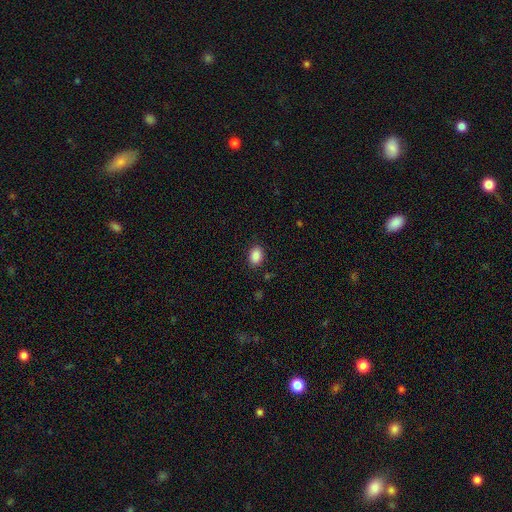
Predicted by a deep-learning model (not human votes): Smooth or featured?
  - smooth: 88% *
  - star or artifact: 8%
  - featured or disk: 3%
How rounded?
  - in between: 76% *
  - round: 23%
  - cigar-shaped: 1%
Merging?
  - none: 87% *
  - minor disturbance: 9%
  - major disturbance: 3%
  - merger: 1%